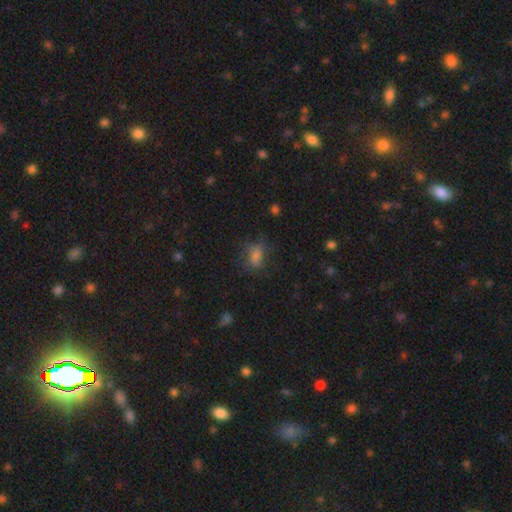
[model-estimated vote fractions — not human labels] This appears to be a smooth galaxy with no disk features (70%) that is in between round and cigar-shaped (72%). Merging: none (61%).